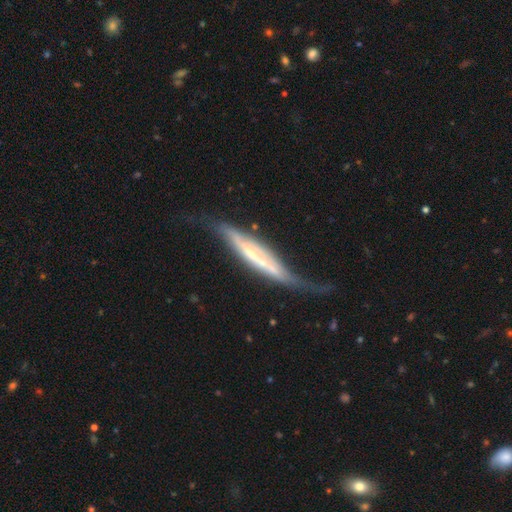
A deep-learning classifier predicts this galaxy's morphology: smooth_or_featured: featured or disk (p=0.74) [alt: smooth p=0.20]
disk_edge_on: yes (p=0.71) [alt: no p=0.29]
edge_on_bulge: rounded (p=0.44) [alt: none p=0.35]
merging: none (p=0.41) [alt: minor disturbance p=0.29]